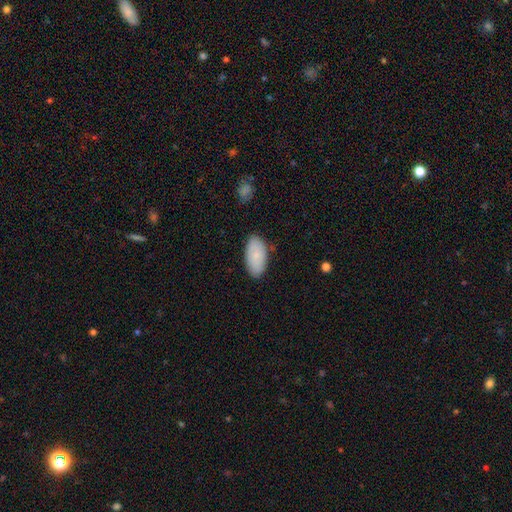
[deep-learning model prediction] Smooth or featured?
  - smooth: 79% *
  - featured or disk: 14%
  - star or artifact: 7%
How rounded?
  - in between: 94% *
  - cigar-shaped: 4%
  - round: 2%
Merging?
  - none: 84% *
  - minor disturbance: 13%
  - major disturbance: 2%
  - merger: 1%